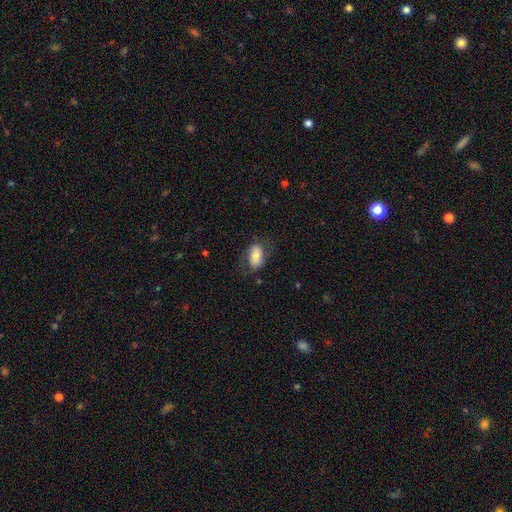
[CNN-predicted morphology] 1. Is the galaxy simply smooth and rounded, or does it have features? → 68% smooth, 25% featured or disk, 7% star or artifact.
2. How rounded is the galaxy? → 89% in between, 8% round, 3% cigar-shaped.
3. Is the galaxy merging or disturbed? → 67% none, 21% minor disturbance, 11% major disturbance, 1% merger.